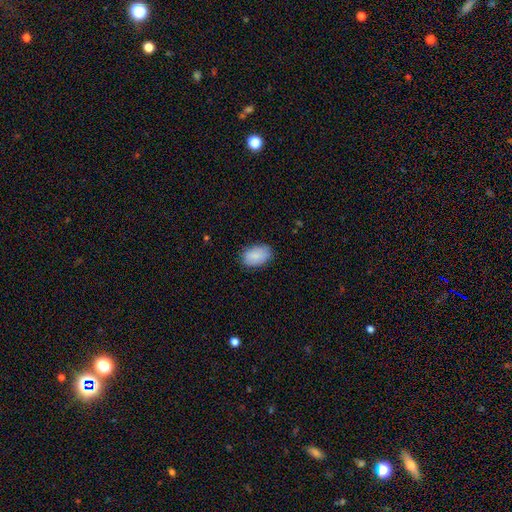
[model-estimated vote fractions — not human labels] Smooth or featured? smooth (85%)
How rounded? in between (90%)
Merging? none (80%)